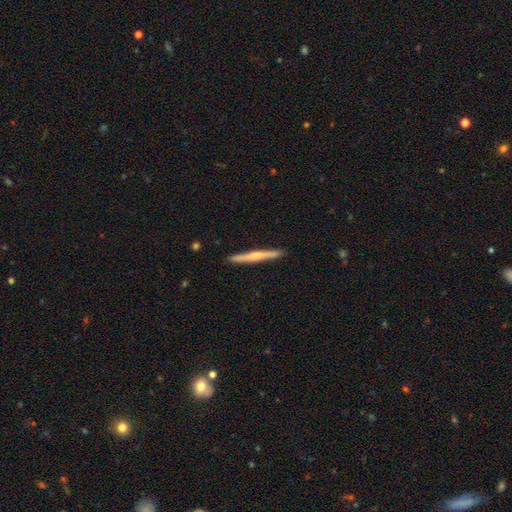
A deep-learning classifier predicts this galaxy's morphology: smooth-or-featured: featured or disk: 58% | smooth: 36% | star or artifact: 5%
  disk-edge-on: yes: 98% | no: 2%
    edge-on-bulge: rounded: 67% | none: 27% | boxy: 6%
  merging: none: 92% | minor disturbance: 6% | major disturbance: 1% | merger: 1%